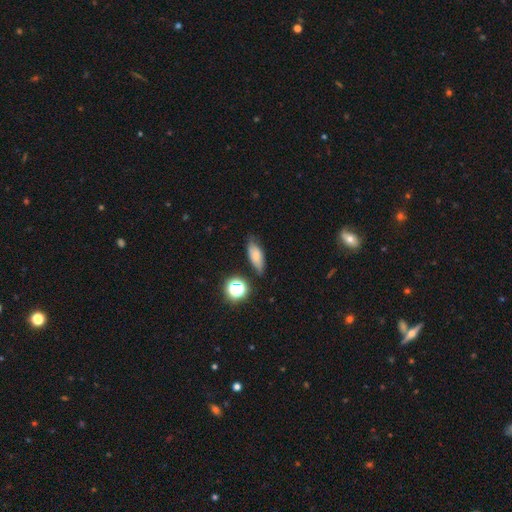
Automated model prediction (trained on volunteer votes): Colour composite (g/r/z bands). It shows a smooth galaxy with no disk features (70%) that is in between round and cigar-shaped (75%). Merging: none (70%).